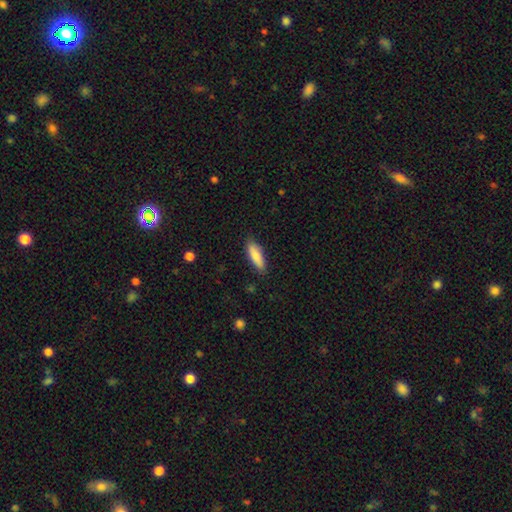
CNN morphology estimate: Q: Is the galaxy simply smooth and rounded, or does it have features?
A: smooth — 83%.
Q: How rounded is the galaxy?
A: cigar-shaped — 52%.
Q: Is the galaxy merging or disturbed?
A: none — 85%.